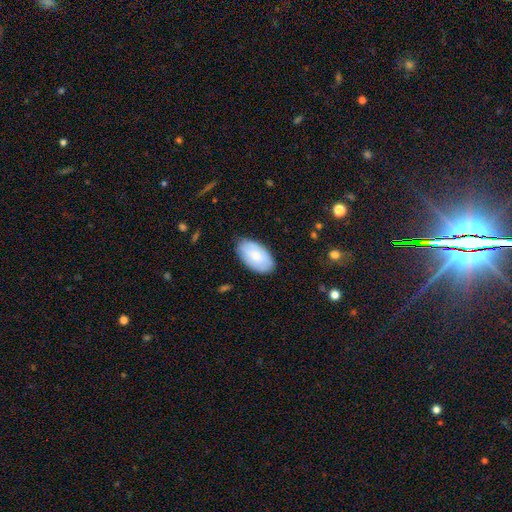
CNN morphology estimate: Smooth or featured: smooth — 75% (featured or disk — 19%)
How rounded: in between — 95% (round — 3%)
Merging: none — 83% (minor disturbance — 13%)